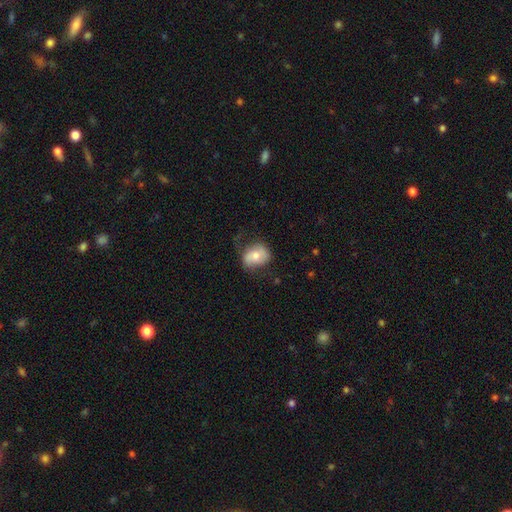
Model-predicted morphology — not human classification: A smooth galaxy with no disk features (67%) that is in between round and cigar-shaped (59%). Merging: none (55%).